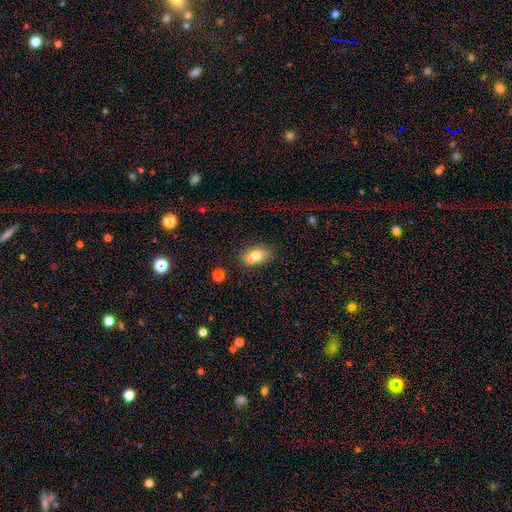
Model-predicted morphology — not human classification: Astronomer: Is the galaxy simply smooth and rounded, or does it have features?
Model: smooth — 71%.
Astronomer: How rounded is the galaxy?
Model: in between — 82%.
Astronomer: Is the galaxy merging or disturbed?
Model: none — 52% (runner-up: merger, 30%).